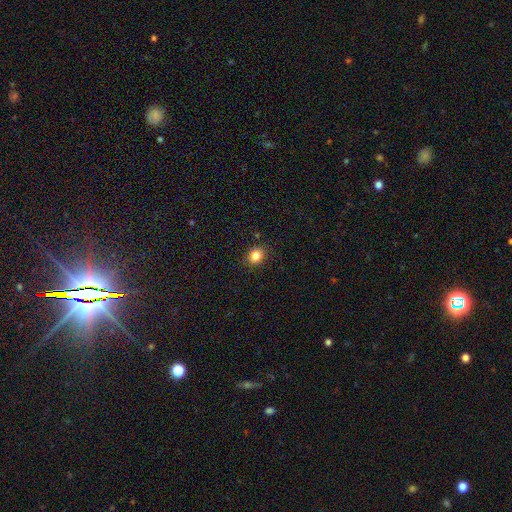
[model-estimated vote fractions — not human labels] A smooth galaxy with no disk features (83%) that is round (69%). Merging: none (89%).